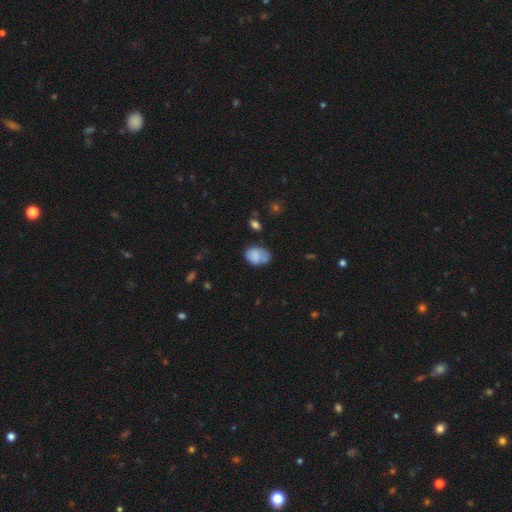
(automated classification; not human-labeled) smooth 71%, featured or disk 20%, star or artifact 9%. Down the decision tree: how rounded — in between (68%); merging — none (45%).